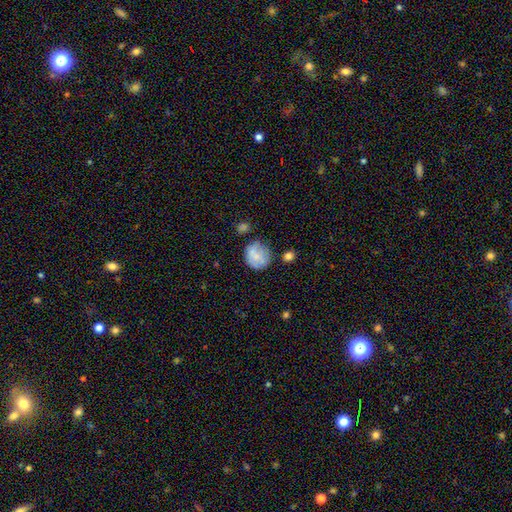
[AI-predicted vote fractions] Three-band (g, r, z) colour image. It shows a smooth galaxy with no disk features (67%) that is round (81%). Merging: none (54%).